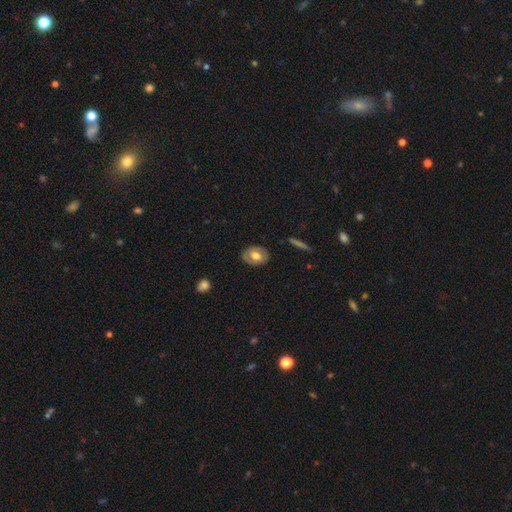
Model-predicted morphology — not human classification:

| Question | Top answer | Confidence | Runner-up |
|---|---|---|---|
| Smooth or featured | smooth | 55% | featured or disk (39%) |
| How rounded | in between | 70% | round (28%) |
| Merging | none | 83% | minor disturbance (13%) |